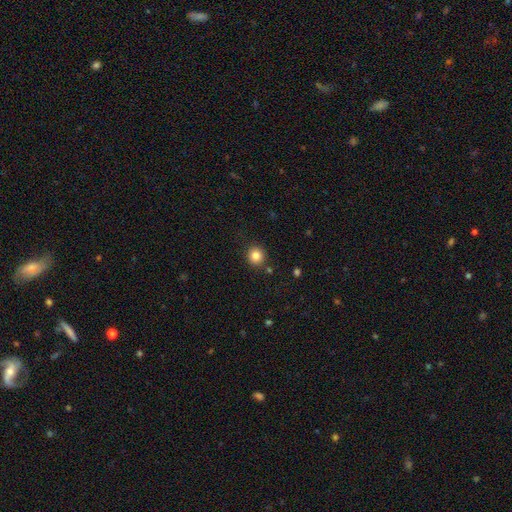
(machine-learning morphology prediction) Overall: smooth (83%). How rounded: round (92%). Merging: none (88%).